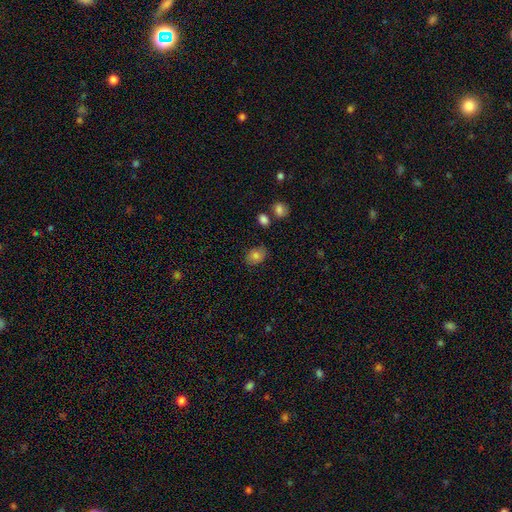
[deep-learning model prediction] A smooth galaxy with no disk features (80%) that is in between round and cigar-shaped (71%). Merging: none (79%).